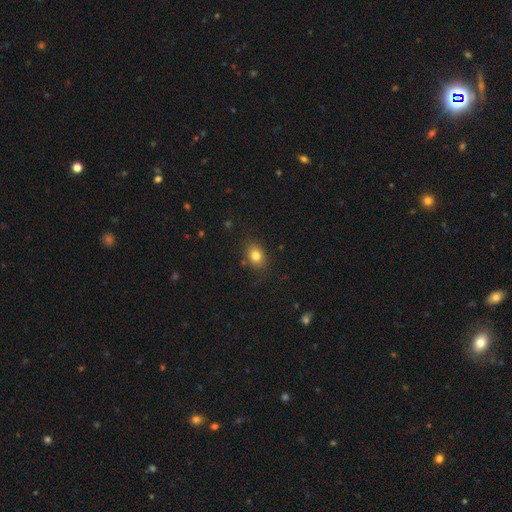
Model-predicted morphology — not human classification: This is clearly a smooth galaxy (81%). How rounded: likely in between (64%). Merging: clearly none (83%).